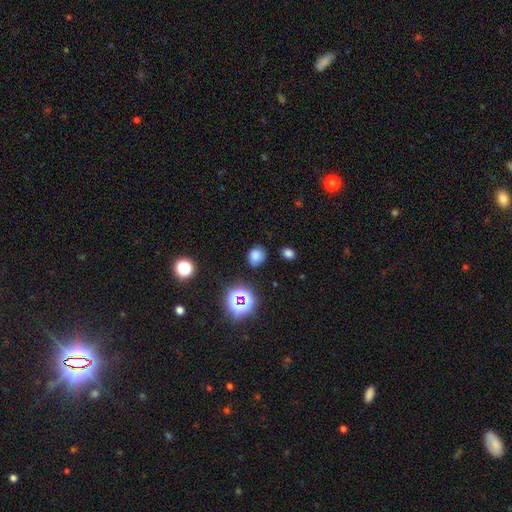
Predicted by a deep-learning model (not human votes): smooth-or-featured: smooth: 73% | star or artifact: 20% | featured or disk: 6%
  how-rounded: round: 61% | in between: 38% | cigar-shaped: 1%
  merging: none: 77% | minor disturbance: 16% | major disturbance: 5% | merger: 3%